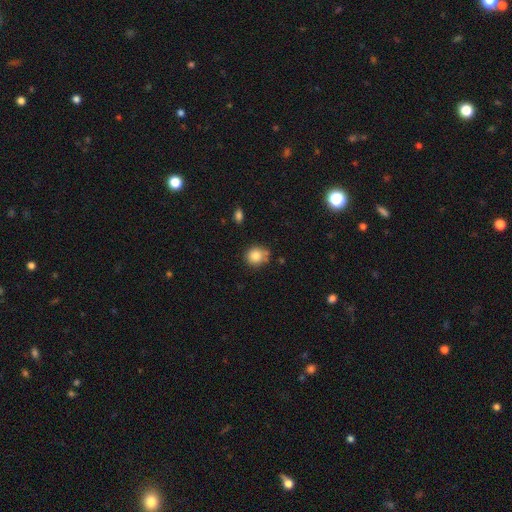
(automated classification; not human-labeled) Smooth or featured? Predicted: smooth (p=0.83). How rounded? Predicted: round (p=0.82). Merging? Predicted: none (p=0.67).